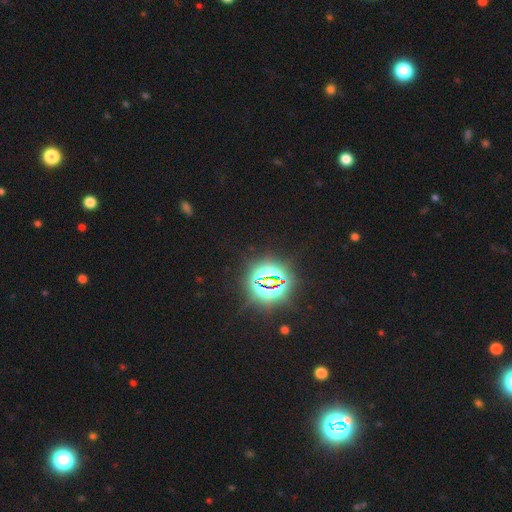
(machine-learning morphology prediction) This appears to be a star or artifact, not a galaxy (83%).